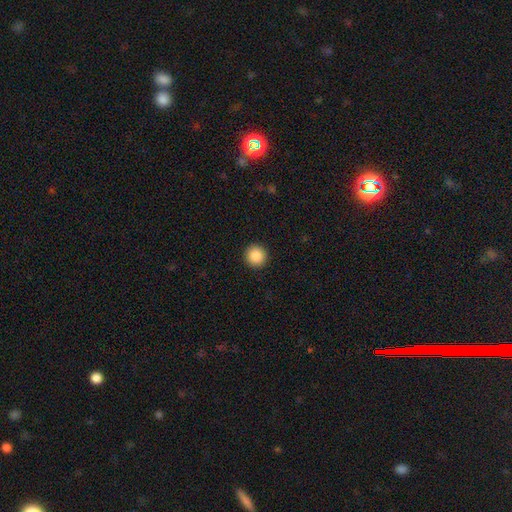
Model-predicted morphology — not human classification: smooth 87%, star or artifact 9%, featured or disk 4%. Down the decision tree: how rounded — round (95%); merging — none (93%).